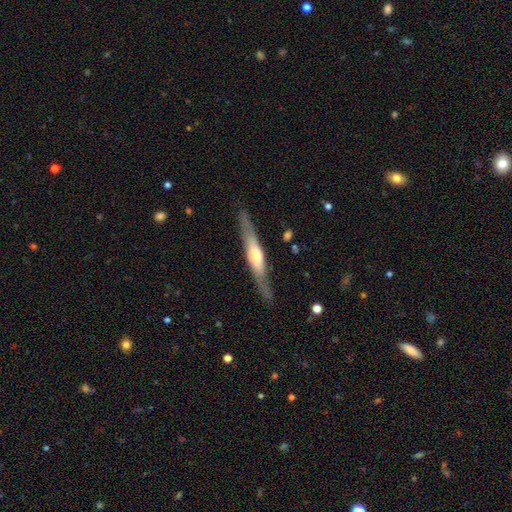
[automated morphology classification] Q: Smooth or featured?
A: featured or disk (60%); runner-up: smooth (36%)
Q: Edge-on disk?
A: yes (90%); runner-up: no (10%)
Q: Edge-on bulge?
A: rounded (73%); runner-up: boxy (14%)
Q: Merging?
A: none (83%); runner-up: minor disturbance (12%)